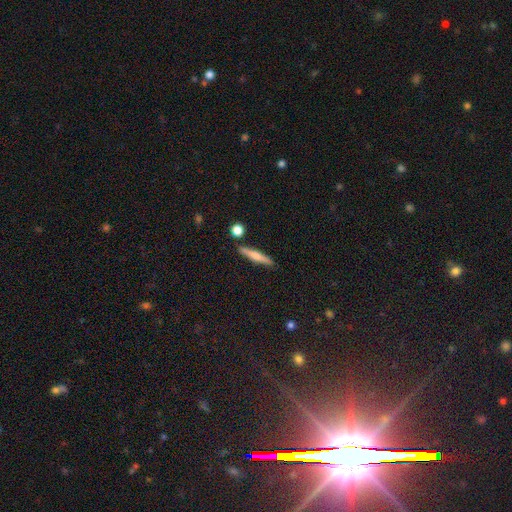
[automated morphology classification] This appears to be a smooth galaxy with no disk features (58%) that is cigar-shaped (90%). Merging: none (85%).